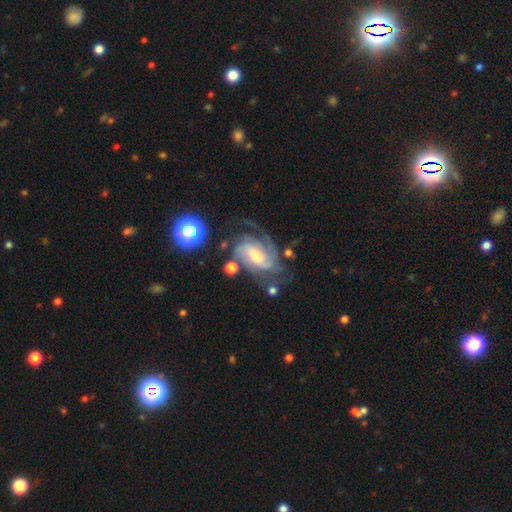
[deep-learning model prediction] This appears to be a featured or disk galaxy (86%) with a weak bar (43%), 2 (30%) medium (45%) spiral arms (97%) and a moderate central bulge (43%). Merging: none (54%).